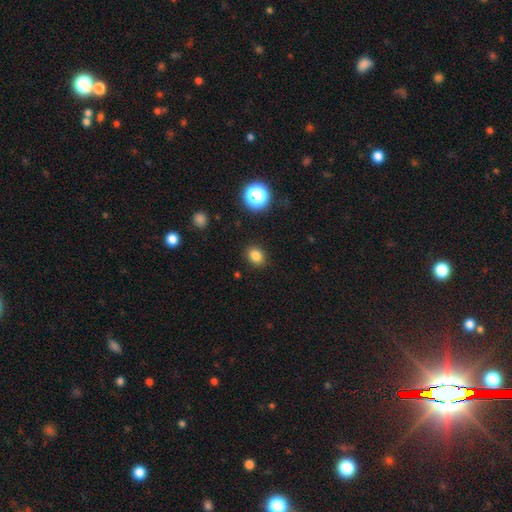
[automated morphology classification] smooth_or_featured: smooth (p=0.81) [alt: star or artifact p=0.14]
how_rounded: in between (p=0.53) [alt: round p=0.46]
merging: none (p=0.88) [alt: minor disturbance p=0.08]